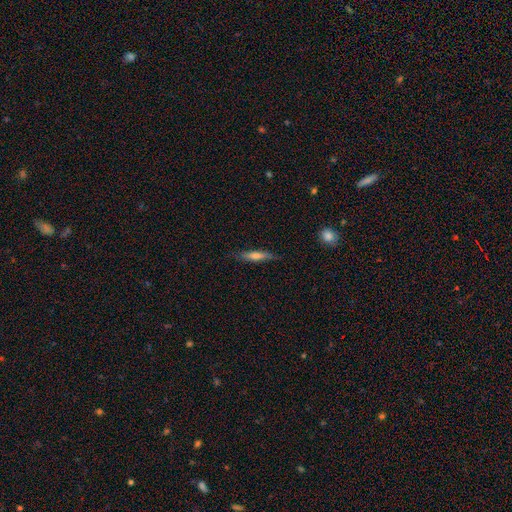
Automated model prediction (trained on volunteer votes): Smooth or featured: smooth — 53% (featured or disk — 40%)
How rounded: cigar-shaped — 85% (in between — 13%)
Merging: none — 81% (minor disturbance — 15%)